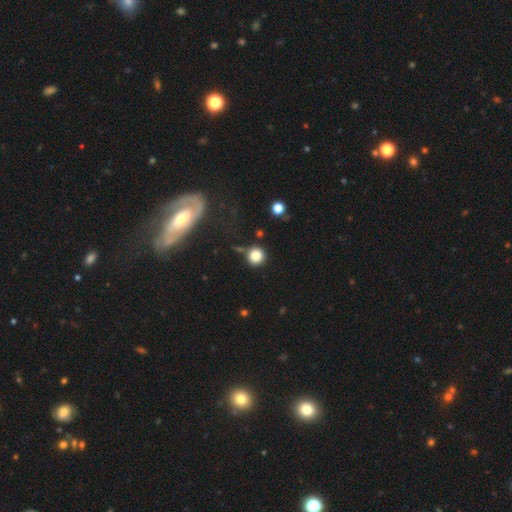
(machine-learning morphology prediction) This appears to be a smooth galaxy with no disk features (82%) that is round (94%). Merging: none (82%).